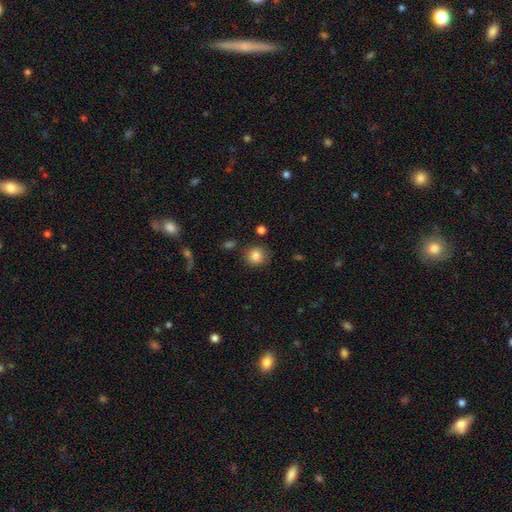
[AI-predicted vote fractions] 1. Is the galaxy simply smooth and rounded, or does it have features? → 83% smooth, 9% star or artifact, 7% featured or disk.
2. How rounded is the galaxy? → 87% round, 12% in between, 1% cigar-shaped.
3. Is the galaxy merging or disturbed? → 83% none, 10% minor disturbance, 3% merger, 3% major disturbance.